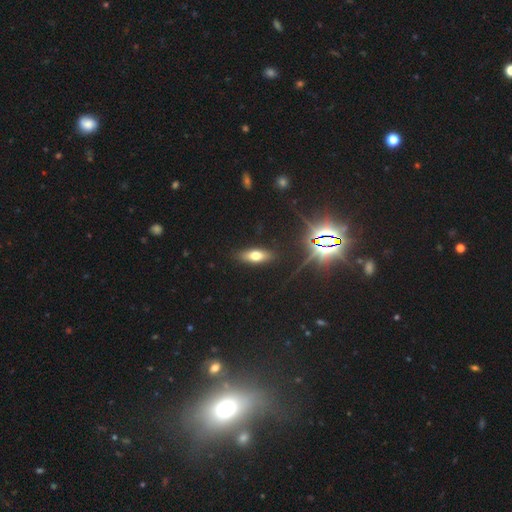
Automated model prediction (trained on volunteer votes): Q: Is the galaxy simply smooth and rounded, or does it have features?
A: smooth — 60%.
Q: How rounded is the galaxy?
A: in between — 70%.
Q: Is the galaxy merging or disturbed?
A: none — 88%.